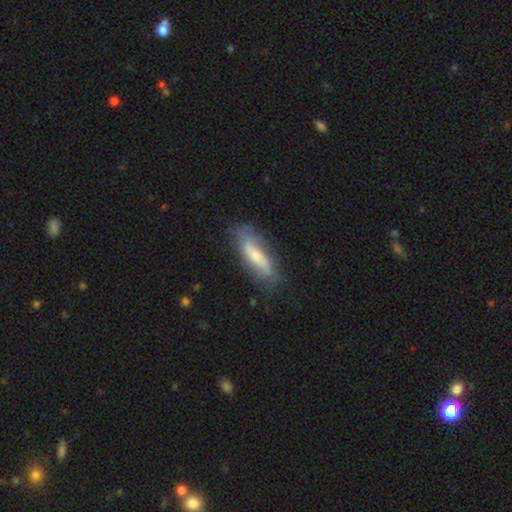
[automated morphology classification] smooth-or-featured: featured or disk: 60% | smooth: 34% | star or artifact: 7%
  disk-edge-on: no: 77% | yes: 23%
  merging: none: 73% | minor disturbance: 19% | major disturbance: 6% | merger: 2%